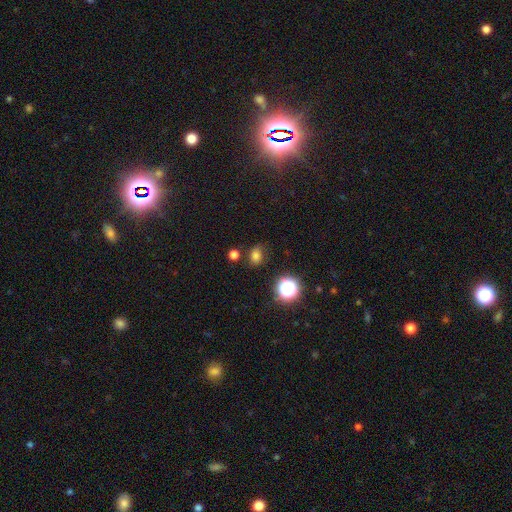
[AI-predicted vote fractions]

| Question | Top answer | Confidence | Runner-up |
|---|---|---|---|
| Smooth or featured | smooth | 73% | star or artifact (20%) |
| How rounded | in between | 59% | round (40%) |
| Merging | none | 75% | minor disturbance (16%) |